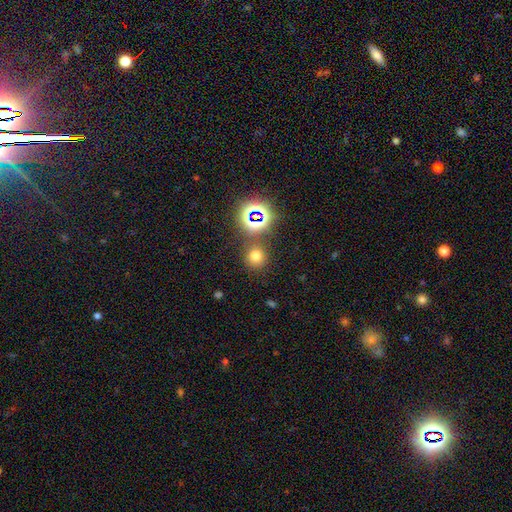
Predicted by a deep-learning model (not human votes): Morphology: type=smooth (67%); roundness=round (90%); merging=none (80%).